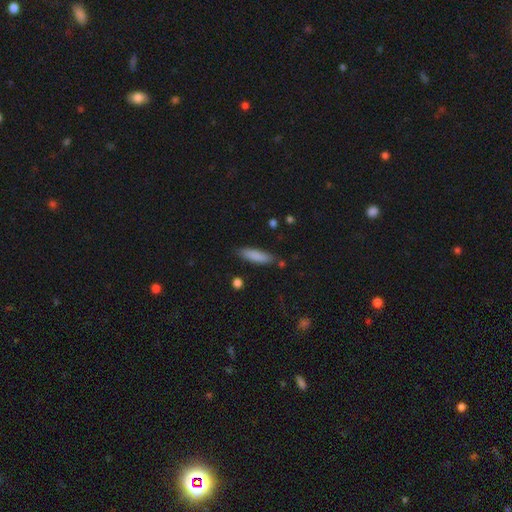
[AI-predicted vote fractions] smooth 85%, featured or disk 9%, star or artifact 6%. Down the decision tree: how rounded — cigar-shaped (65%); merging — none (82%).